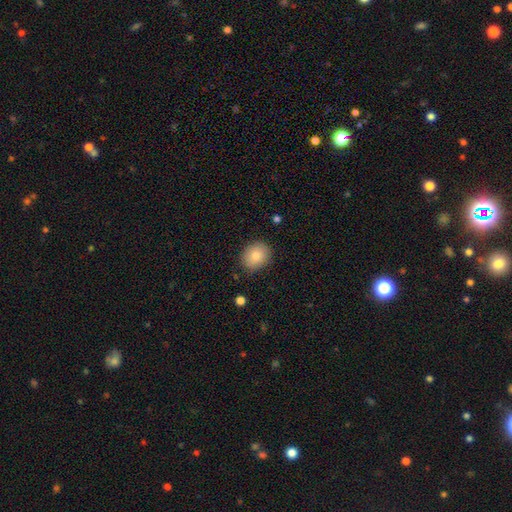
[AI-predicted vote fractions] A smooth galaxy with no disk features (81%) that is round (54%).

Vote fractions:
- Smooth or featured? smooth: 81% / featured or disk: 10% / star or artifact: 9%
- How rounded? round: 54% / in between: 45% / cigar-shaped: 1%
- Merging? none: 86% / minor disturbance: 10% / major disturbance: 2% / merger: 1%